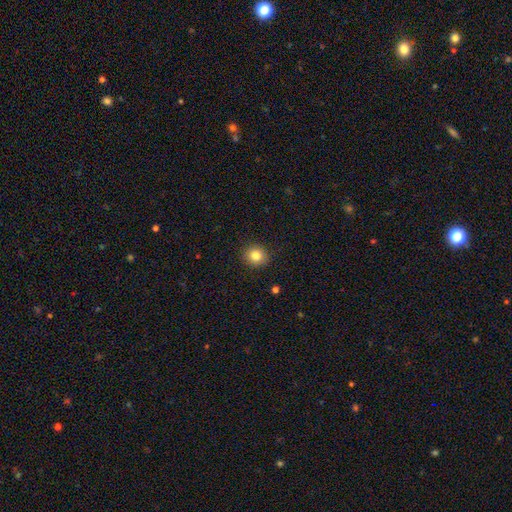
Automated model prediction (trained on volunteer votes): This is clearly a smooth galaxy (83%). How rounded: clearly round (87%). Merging: clearly none (91%).